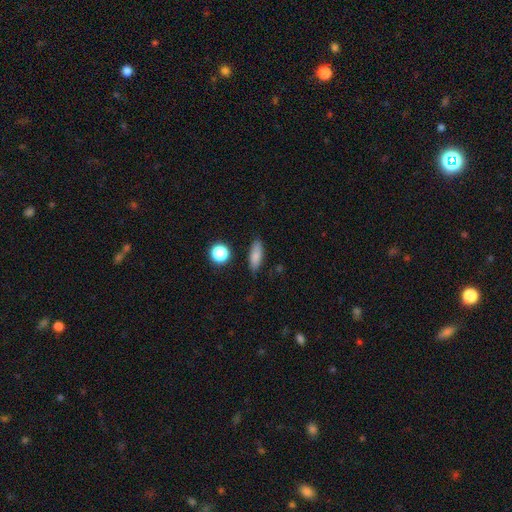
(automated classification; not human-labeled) Smooth or featured? smooth (81%)
How rounded? in between (61%)
Merging? none (84%)